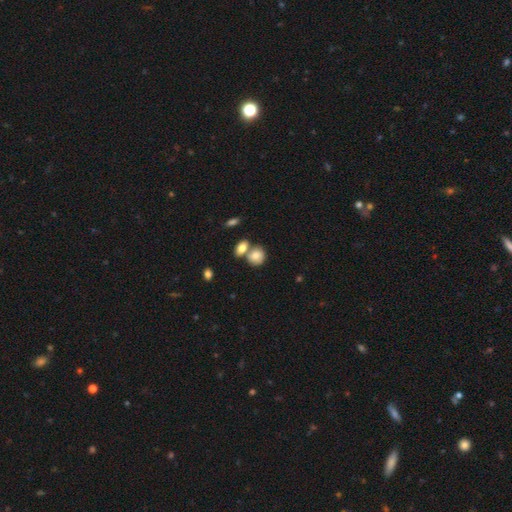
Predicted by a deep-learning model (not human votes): Smooth or featured: smooth — 79% (featured or disk — 13%)
How rounded: round — 66% (in between — 33%)
Merging: none — 46% (merger — 40%)